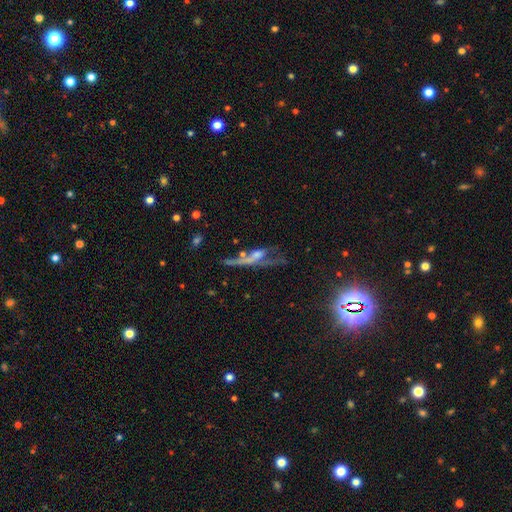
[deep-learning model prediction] A featured or disk galaxy (54%) viewed edge-on (52%). Merging: major disturbance (32%).